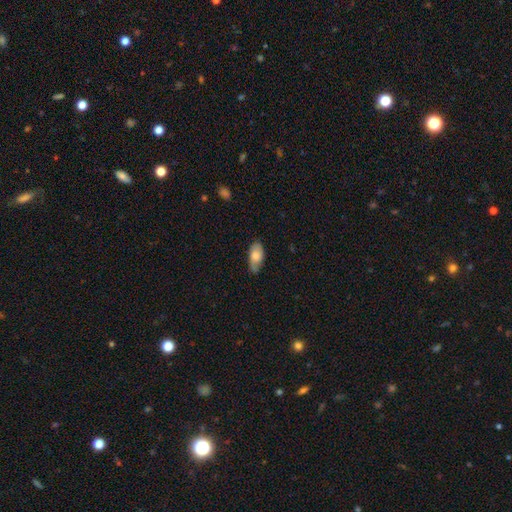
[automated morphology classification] Smooth or featured?
  - smooth: 70% *
  - featured or disk: 24%
  - star or artifact: 7%
How rounded?
  - in between: 90% *
  - cigar-shaped: 7%
  - round: 3%
Merging?
  - none: 67% *
  - minor disturbance: 27%
  - major disturbance: 5%
  - merger: 2%